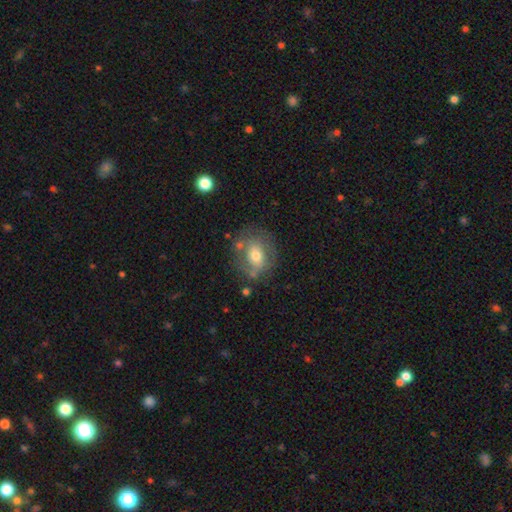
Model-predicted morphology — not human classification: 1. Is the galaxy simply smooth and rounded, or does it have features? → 53% smooth, 38% featured or disk, 9% star or artifact.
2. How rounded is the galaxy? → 56% round, 43% in between, 1% cigar-shaped.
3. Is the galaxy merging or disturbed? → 65% none, 20% minor disturbance, 9% major disturbance, 5% merger.